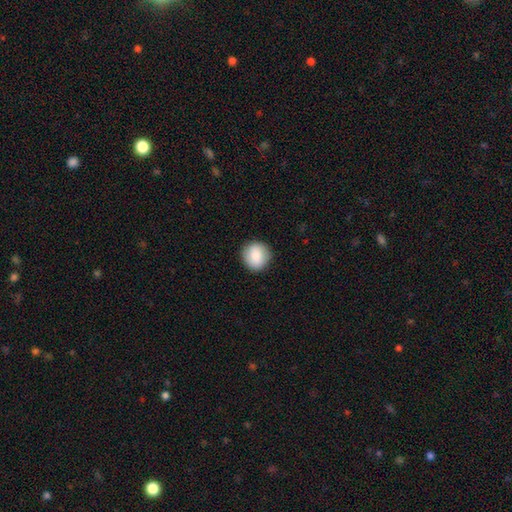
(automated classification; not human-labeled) Morphology: type=smooth (84%); roundness=round (91%); merging=none (90%).